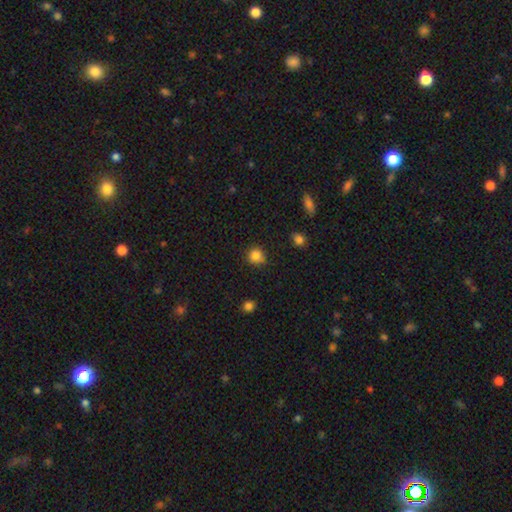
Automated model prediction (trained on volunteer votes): A smooth galaxy with no disk features (84%) that is round (88%). Merging: none (78%).